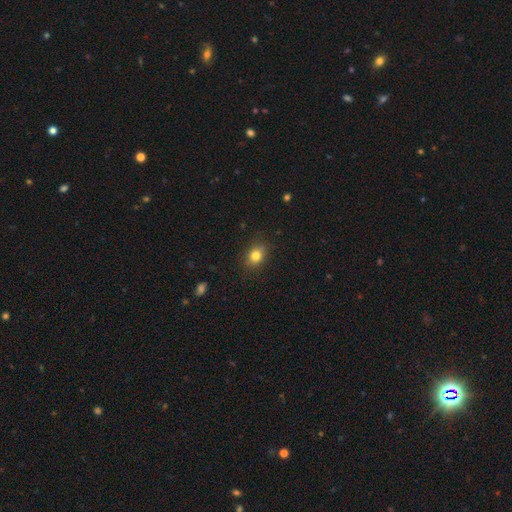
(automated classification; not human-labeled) smooth 82%, star or artifact 11%, featured or disk 8%. Down the decision tree: how rounded — in between (60%); merging — none (85%).